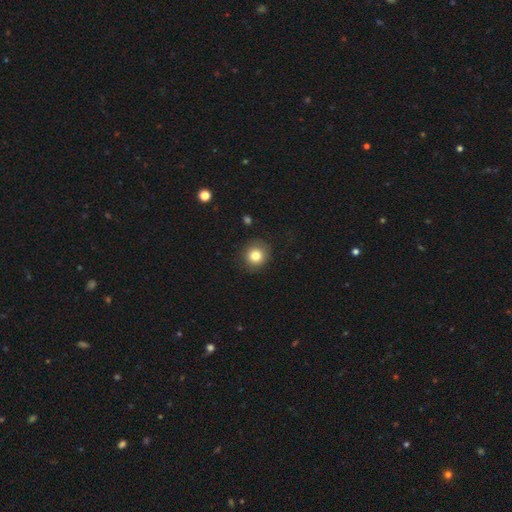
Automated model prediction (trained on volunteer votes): Smooth or featured? Predicted: smooth (p=0.81). How rounded? Predicted: round (p=0.90). Merging? Predicted: none (p=0.87).